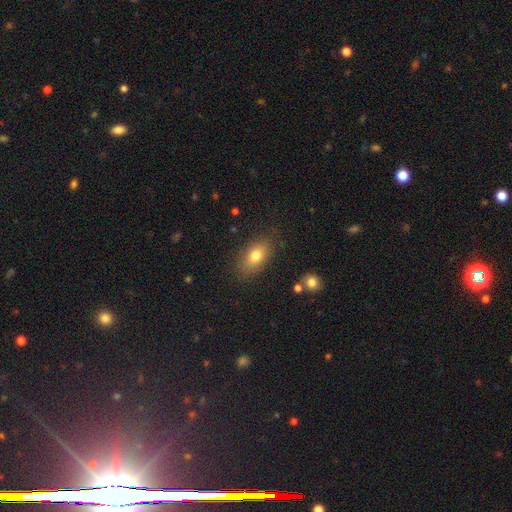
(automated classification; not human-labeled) Smooth or featured?
  - smooth: 78% *
  - featured or disk: 13%
  - star or artifact: 9%
How rounded?
  - in between: 86% *
  - round: 9%
  - cigar-shaped: 5%
Merging?
  - none: 83% *
  - minor disturbance: 12%
  - major disturbance: 4%
  - merger: 2%